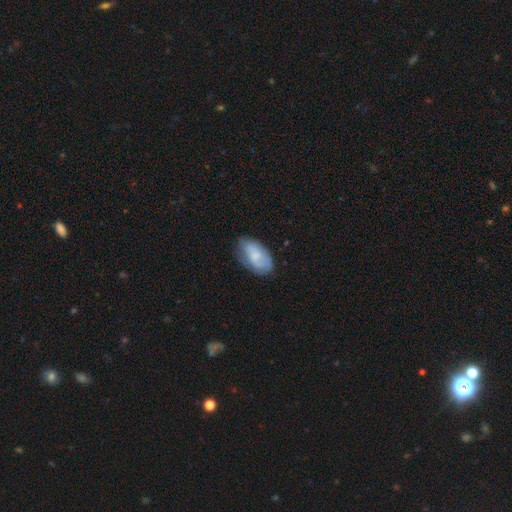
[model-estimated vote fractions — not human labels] Smooth or featured? Predicted: smooth (p=0.65). How rounded? Predicted: in between (p=0.94). Merging? Predicted: none (p=0.61).